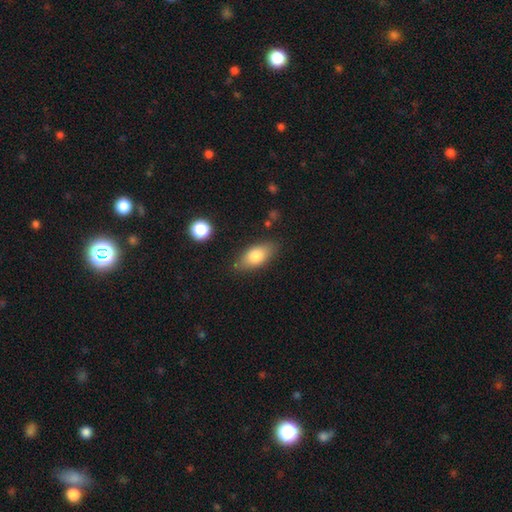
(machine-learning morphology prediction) Smooth or featured? smooth (78%)
How rounded? in between (87%)
Merging? none (78%)